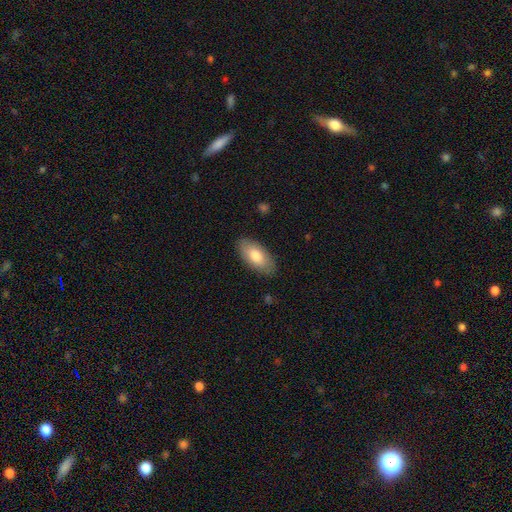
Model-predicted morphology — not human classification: type=smooth (78%); roundness=in between (92%); merging=none (85%).